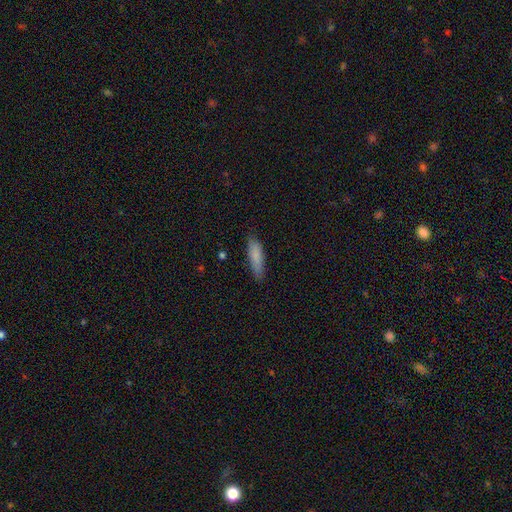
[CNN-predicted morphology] smooth 83%, featured or disk 11%, star or artifact 6%. Down the decision tree: how rounded — cigar-shaped (67%); merging — none (79%).